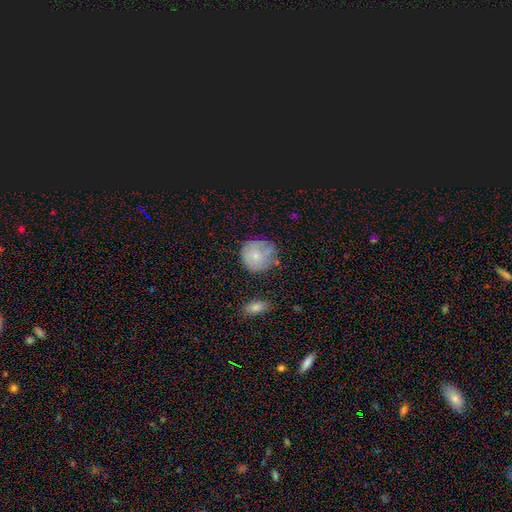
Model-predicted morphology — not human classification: The model was most divided on "merging": none: 61%, minor disturbance: 26%, major disturbance: 8%, merger: 5%. More confident: how rounded — round (88%); smooth or featured — smooth (71%).